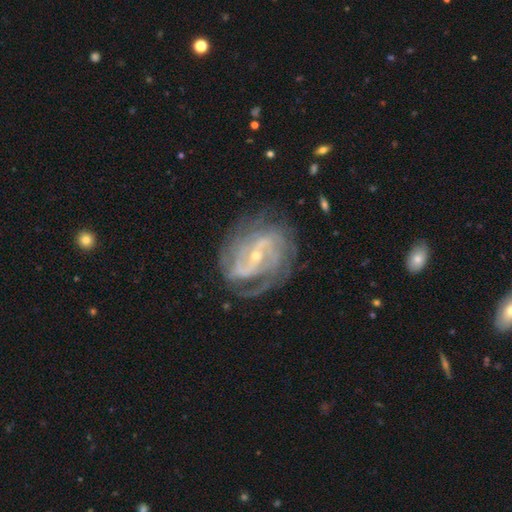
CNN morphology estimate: A featured or disk galaxy (90%) with a weak bar (41%), 2 (37%) tight (48%) spiral arms (96%) and a small central bulge (74%).

Vote fractions:
- Smooth or featured? featured or disk: 90% / star or artifact: 6% / smooth: 5%
- Edge-on disk? no: 97% / yes: 3%
- Bar? weak: 41% / strong: 40% / no: 20%
- Spiral arms? yes: 96% / no: 4%
- Spiral winding? tight: 48% / medium: 40% / loose: 11%
- Spiral arm count? 2: 37% / can't tell: 23% / 3: 18% / 4: 10% / more than 4: 6% / 1: 6%
- Bulge size? small: 74% / moderate: 23% / none: 1% / large: 1% / dominant: 1%
- Merging? none: 71% / minor disturbance: 17% / major disturbance: 10% / merger: 2%